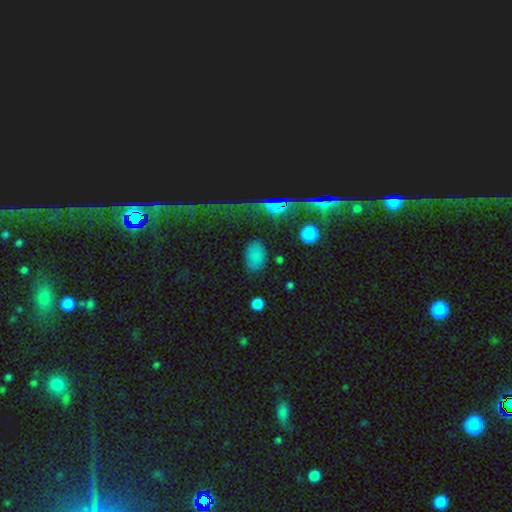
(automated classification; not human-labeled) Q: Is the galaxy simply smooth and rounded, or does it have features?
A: smooth — 76%.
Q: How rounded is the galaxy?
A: in between — 87%.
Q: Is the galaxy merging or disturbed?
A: none — 79%.